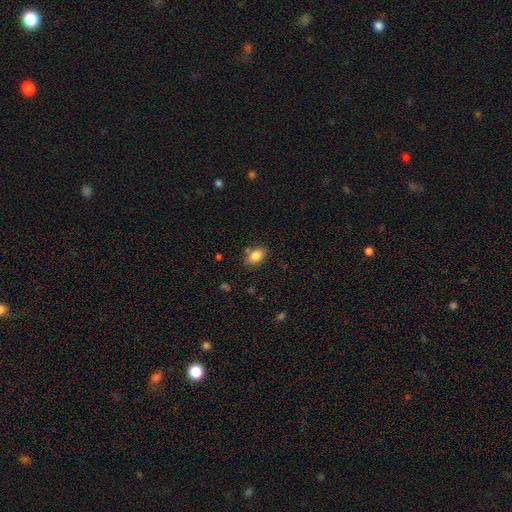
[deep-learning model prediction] This is clearly a smooth galaxy (84%). How rounded: likely in between (79%). Merging: likely none (77%).